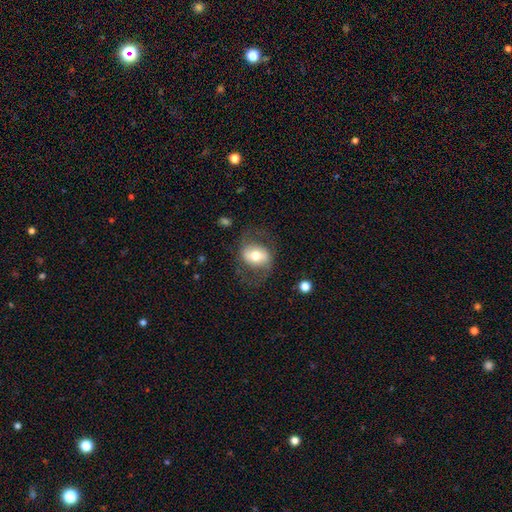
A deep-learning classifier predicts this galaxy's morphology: featured or disk 51%, smooth 42%, star or artifact 7%. Down the decision tree: edge-on disk — no (94%); merging — none (67%).